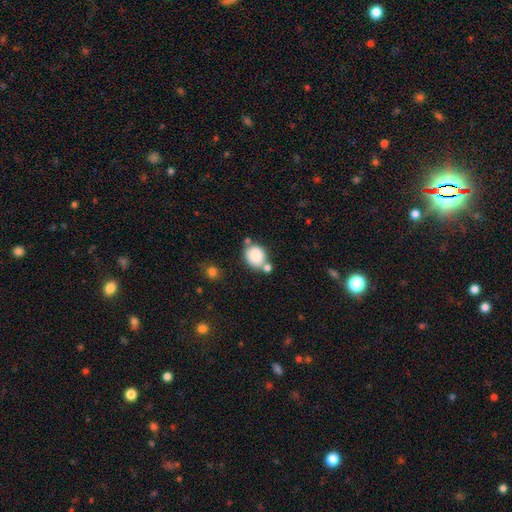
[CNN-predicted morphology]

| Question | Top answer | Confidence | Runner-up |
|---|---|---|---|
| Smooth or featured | smooth | 84% | star or artifact (8%) |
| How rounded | round | 68% | in between (31%) |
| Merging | none | 59% | merger (23%) |